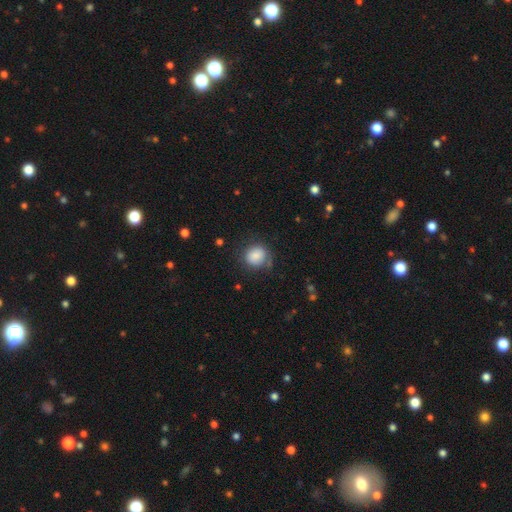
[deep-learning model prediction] A smooth galaxy with no disk features (84%) that is round (78%).

Vote fractions:
- Smooth or featured? smooth: 84% / star or artifact: 9% / featured or disk: 7%
- How rounded? round: 78% / in between: 21% / cigar-shaped: 1%
- Merging? none: 69% / minor disturbance: 20% / major disturbance: 8% / merger: 2%